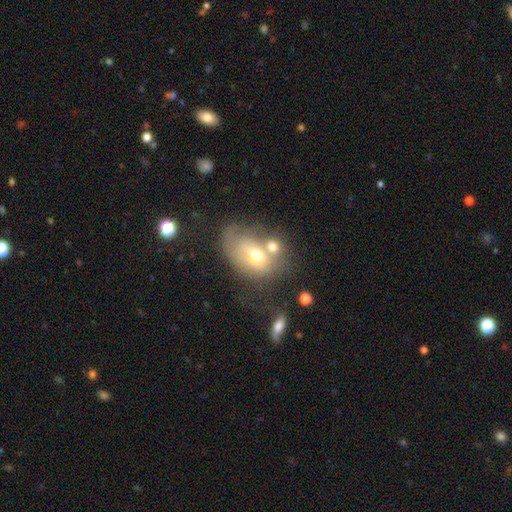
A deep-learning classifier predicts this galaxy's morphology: This is possibly a smooth galaxy (53%). How rounded: likely in between (73%). Merging: marginally merger (37%).